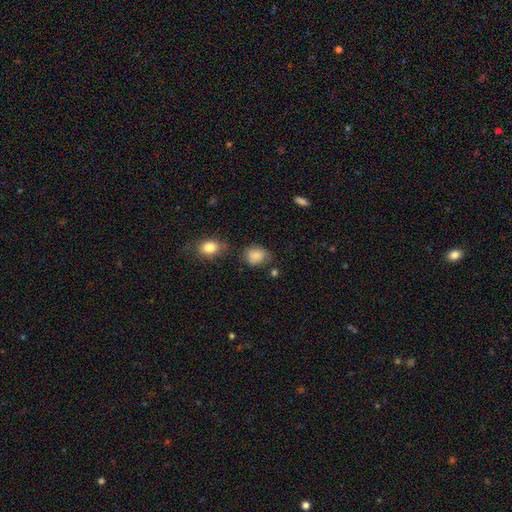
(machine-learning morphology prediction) Smooth or featured? smooth (84%)
How rounded? round (51%)
Merging? none (64%)